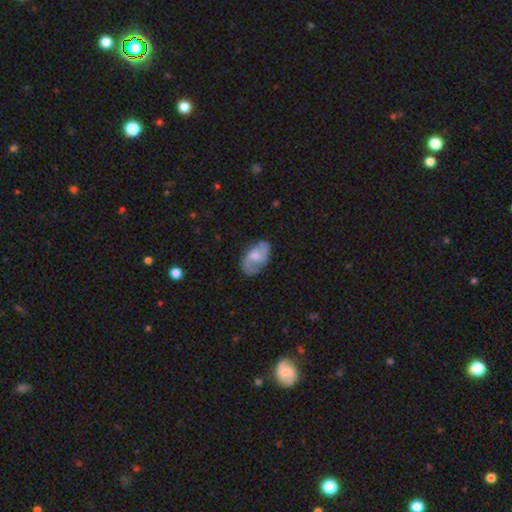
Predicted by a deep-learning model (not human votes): smooth_or_featured: featured or disk (p=0.59) [alt: smooth p=0.34]
disk_edge_on: no (p=0.96) [alt: yes p=0.04]
bar: no (p=0.54) [alt: weak p=0.39]
has_spiral_arms: yes (p=0.81) [alt: no p=0.19]
bulge_size: moderate (p=0.45) [alt: small p=0.26]
merging: none (p=0.66) [alt: minor disturbance p=0.22]